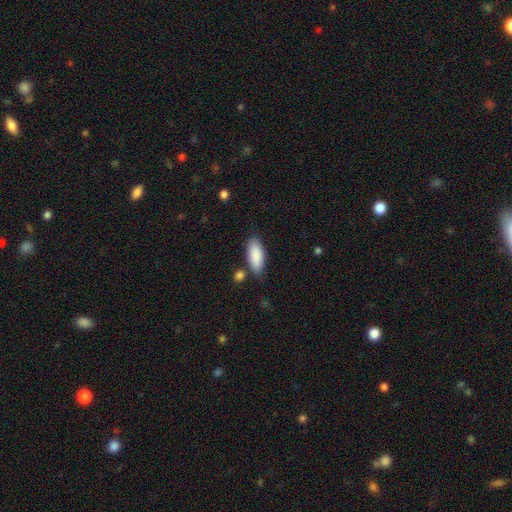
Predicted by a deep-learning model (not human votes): Smooth or featured? smooth (89%)
How rounded? in between (80%)
Merging? none (77%)